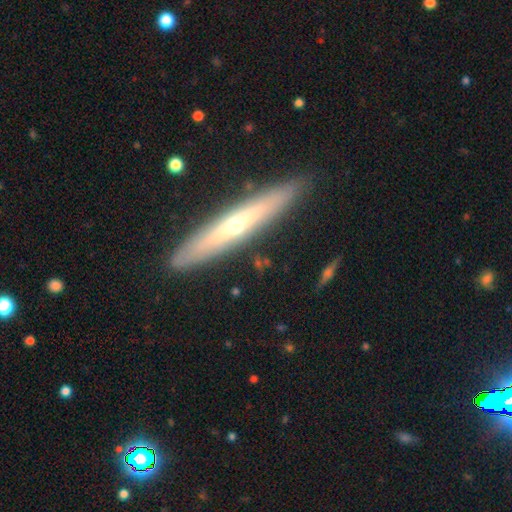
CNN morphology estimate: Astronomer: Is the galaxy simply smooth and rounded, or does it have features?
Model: featured or disk — 66%.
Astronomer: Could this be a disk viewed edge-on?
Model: yes — 87%.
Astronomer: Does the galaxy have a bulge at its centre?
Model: rounded — 76%.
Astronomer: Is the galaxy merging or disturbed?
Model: none — 89%.